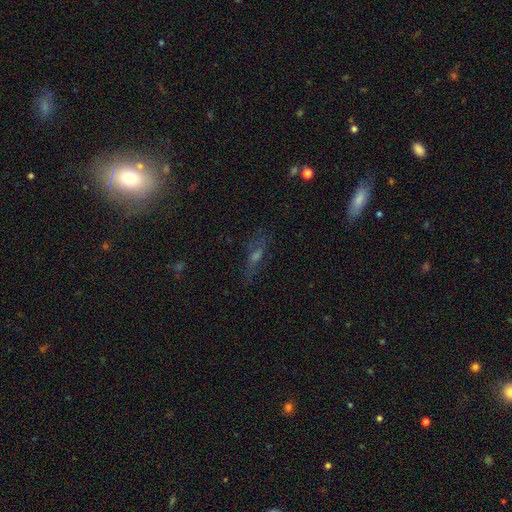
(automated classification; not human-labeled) A featured or disk galaxy (41%). Merging: none (70%).